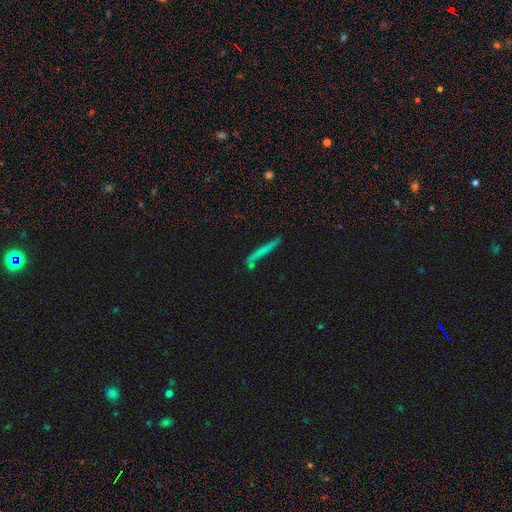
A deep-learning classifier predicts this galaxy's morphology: A smooth galaxy with no disk features (59%) that is cigar-shaped (95%). Merging: none (69%).